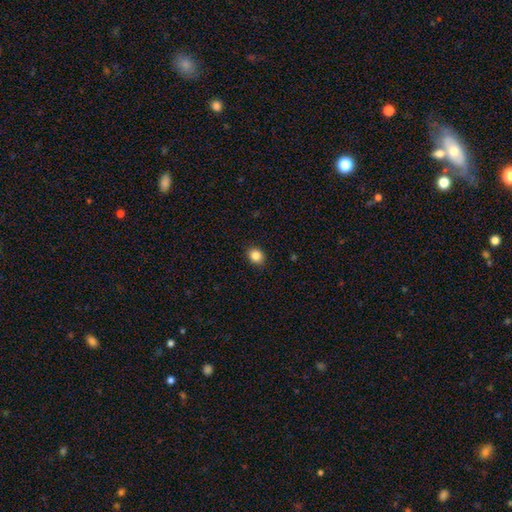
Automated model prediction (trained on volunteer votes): The model was most divided on "how rounded": round: 64%, in between: 36%, cigar-shaped: 1%. More confident: merging — none (89%); smooth or featured — smooth (86%).